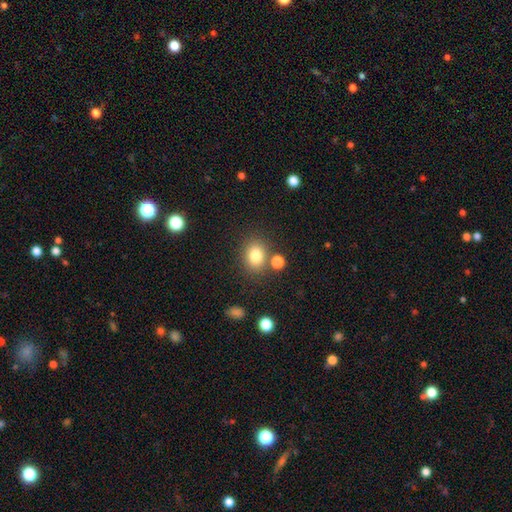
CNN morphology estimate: Q: Smooth or featured?
A: smooth (80%); runner-up: star or artifact (12%)
Q: How rounded?
A: round (53%); runner-up: in between (46%)
Q: Merging?
A: none (76%); runner-up: minor disturbance (11%)